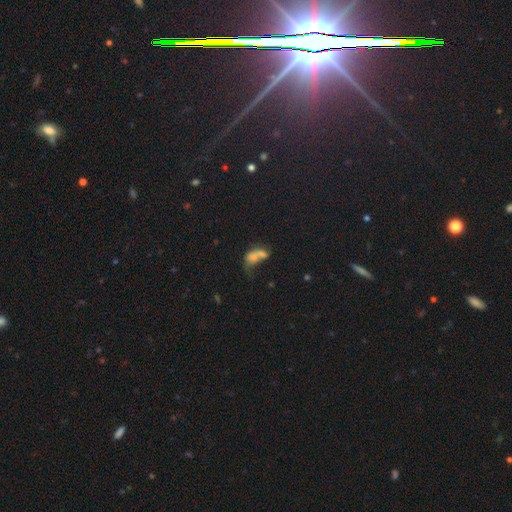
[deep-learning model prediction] This is likely a smooth galaxy (62%). How rounded: likely in between (76%). Merging: possibly merger (56%).